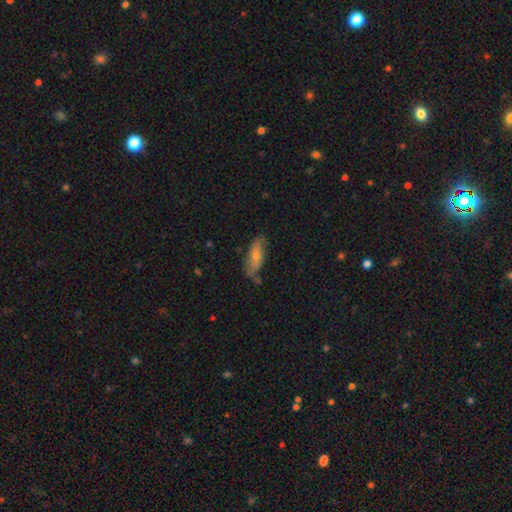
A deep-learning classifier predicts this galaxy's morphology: Smooth or featured? smooth (55%)
How rounded? in between (55%)
Merging? none (68%)